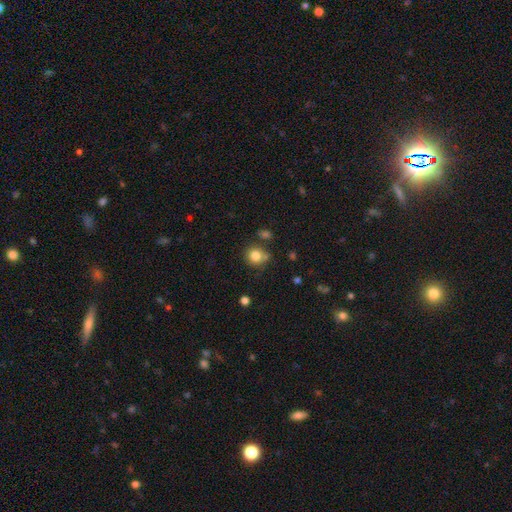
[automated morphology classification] smooth 81%, star or artifact 11%, featured or disk 8%. Down the decision tree: how rounded — round (85%); merging — none (69%).